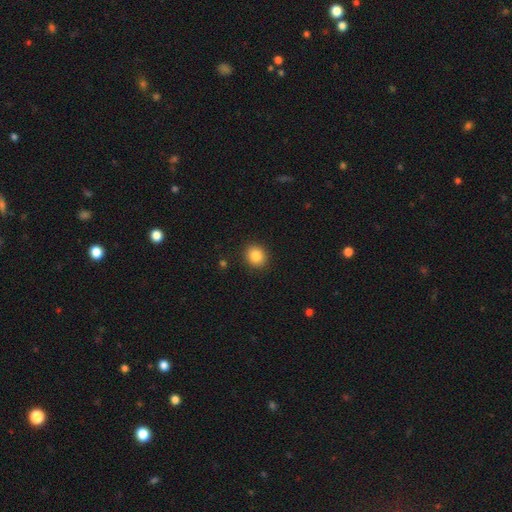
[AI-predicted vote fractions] smooth-or-featured: smooth: 84% | star or artifact: 10% | featured or disk: 6%
  how-rounded: round: 77% | in between: 22% | cigar-shaped: 1%
  merging: none: 91% | minor disturbance: 6% | major disturbance: 2% | merger: 1%